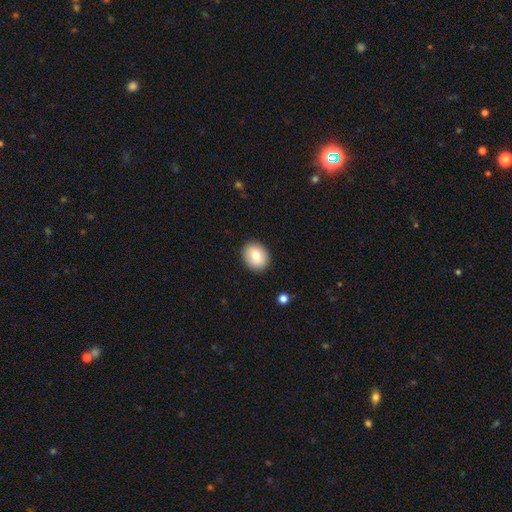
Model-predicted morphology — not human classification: A smooth galaxy with no disk features (79%) that is in between round and cigar-shaped (50%). Merging: none (90%).